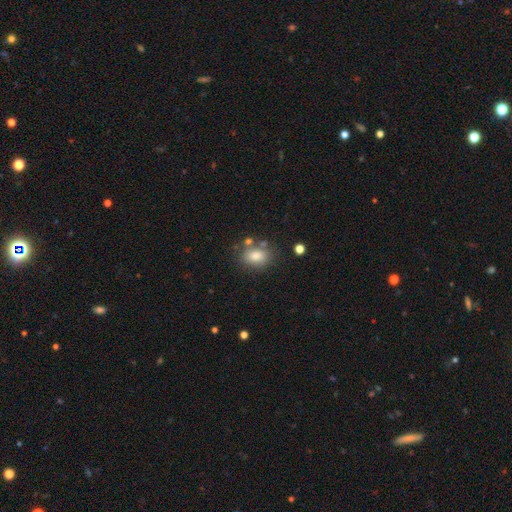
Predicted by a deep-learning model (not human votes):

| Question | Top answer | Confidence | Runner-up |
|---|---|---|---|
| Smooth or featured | smooth | 81% | star or artifact (11%) |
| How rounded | in between | 68% | round (30%) |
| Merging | none | 72% | minor disturbance (14%) |